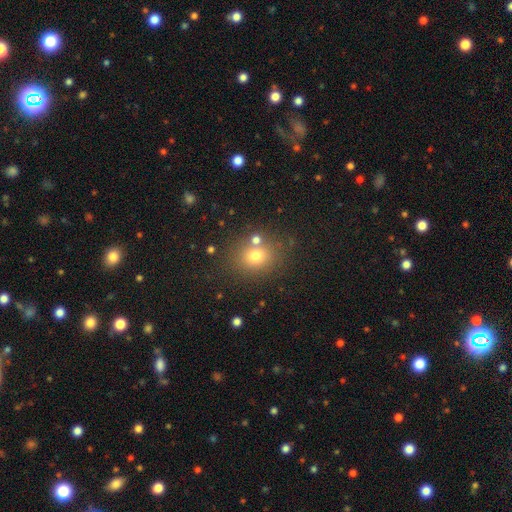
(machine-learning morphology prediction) A smooth galaxy with no disk features (72%) that is round (65%).

Vote fractions:
- Smooth or featured? smooth: 72% / star or artifact: 16% / featured or disk: 11%
- How rounded? round: 65% / in between: 34% / cigar-shaped: 1%
- Merging? none: 72% / merger: 13% / minor disturbance: 10% / major disturbance: 4%